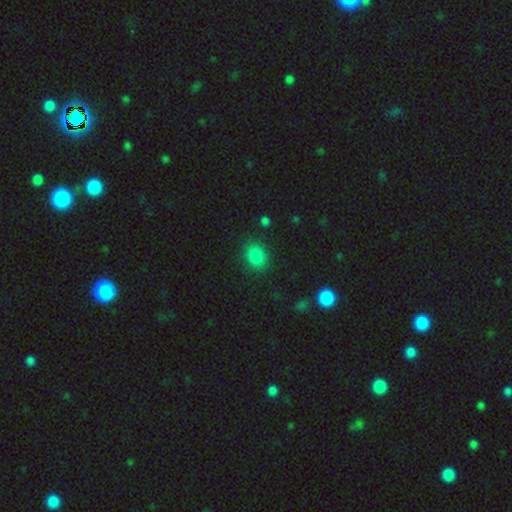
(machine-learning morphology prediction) This appears to be a smooth galaxy with no disk features (84%) that is round (53%). Merging: none (85%).